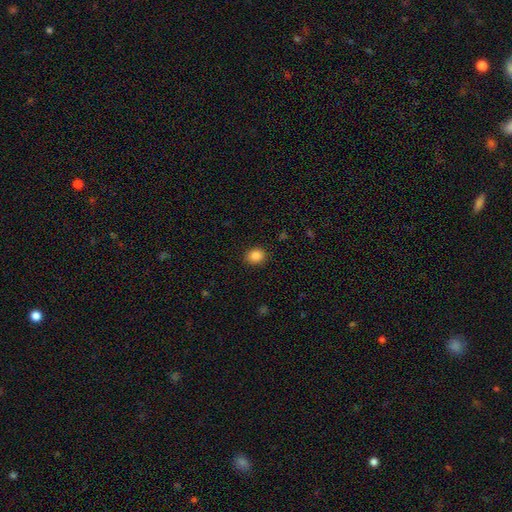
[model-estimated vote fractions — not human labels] Morphology: type=smooth (87%); roundness=round (58%); merging=none (89%).